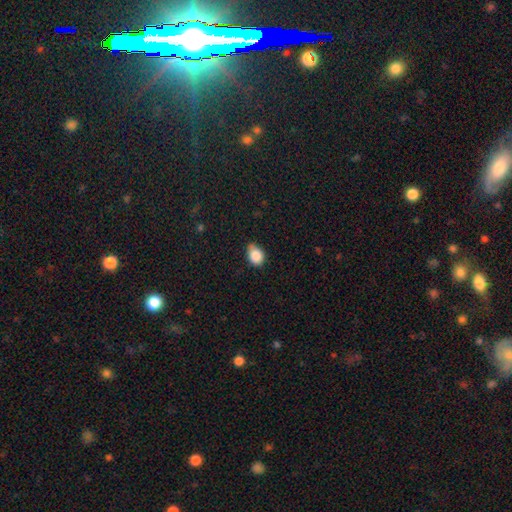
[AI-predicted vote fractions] Q: Smooth or featured?
A: smooth (85%); runner-up: star or artifact (8%)
Q: How rounded?
A: in between (67%); runner-up: round (32%)
Q: Merging?
A: none (55%); runner-up: minor disturbance (38%)